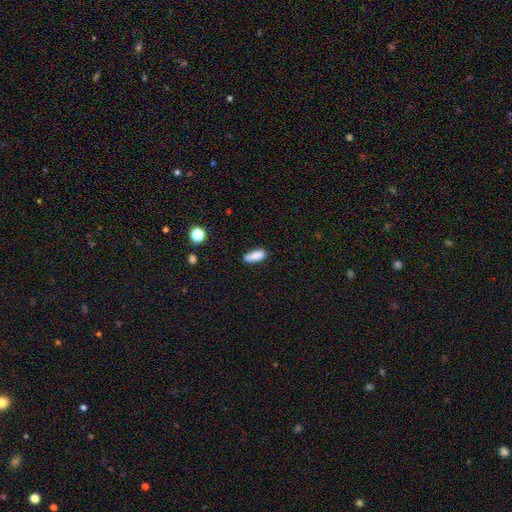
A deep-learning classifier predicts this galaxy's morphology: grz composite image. It shows a smooth galaxy with no disk features (85%) that is in between round and cigar-shaped (75%). Merging: none (75%).